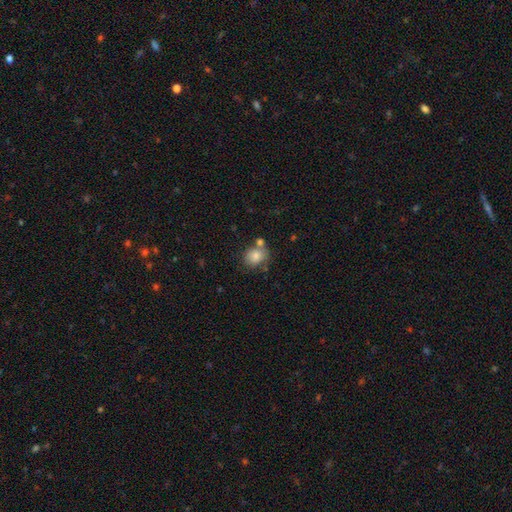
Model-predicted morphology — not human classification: Smooth or featured? smooth (81%)
How rounded? round (66%)
Merging? none (61%)